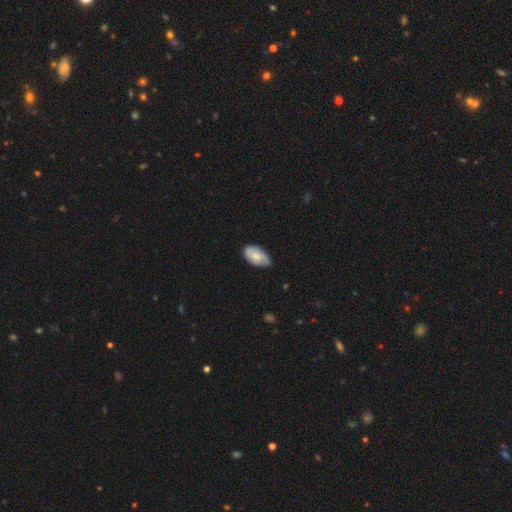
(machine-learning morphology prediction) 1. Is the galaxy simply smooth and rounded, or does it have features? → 65% smooth, 29% featured or disk, 6% star or artifact.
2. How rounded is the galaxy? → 93% in between, 5% round, 2% cigar-shaped.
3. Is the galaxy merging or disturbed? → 65% none, 29% minor disturbance, 4% major disturbance, 1% merger.